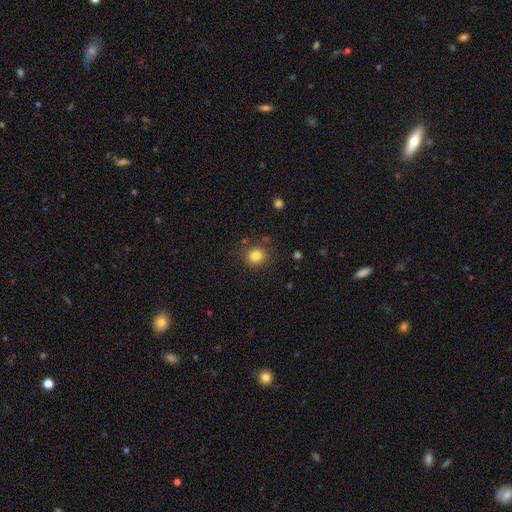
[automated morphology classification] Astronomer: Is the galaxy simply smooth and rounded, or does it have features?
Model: smooth — 82%.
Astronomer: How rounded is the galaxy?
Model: round — 84%.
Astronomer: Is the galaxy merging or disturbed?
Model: none — 84%.